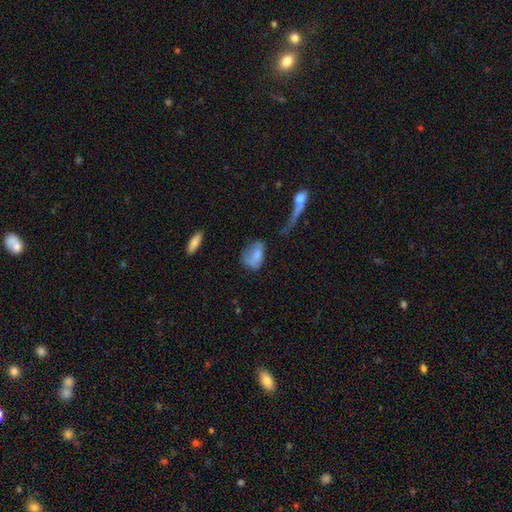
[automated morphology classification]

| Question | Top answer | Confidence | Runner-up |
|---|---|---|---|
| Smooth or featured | smooth | 70% | featured or disk (21%) |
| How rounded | in between | 82% | round (15%) |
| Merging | none | 32% | major disturbance (31%) |